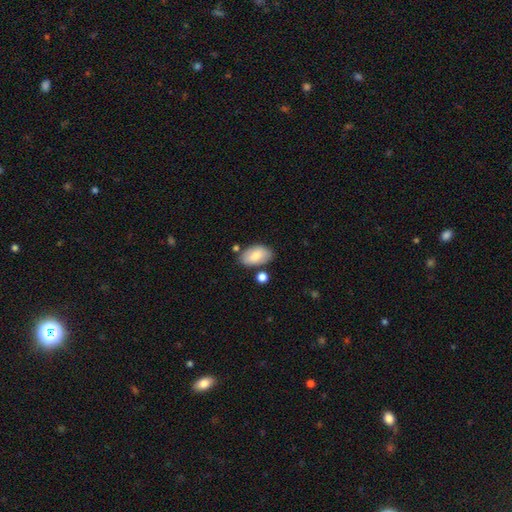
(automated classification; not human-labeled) smooth 75%, featured or disk 18%, star or artifact 7%. Down the decision tree: how rounded — in between (93%); merging — none (71%).